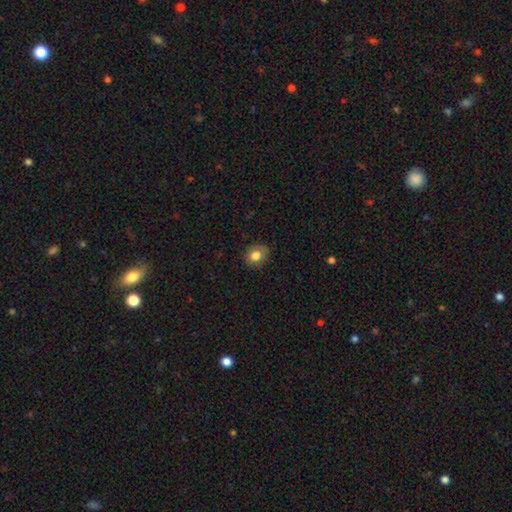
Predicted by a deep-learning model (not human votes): This is clearly a smooth galaxy (81%). How rounded: likely round (61%). Merging: clearly none (82%).